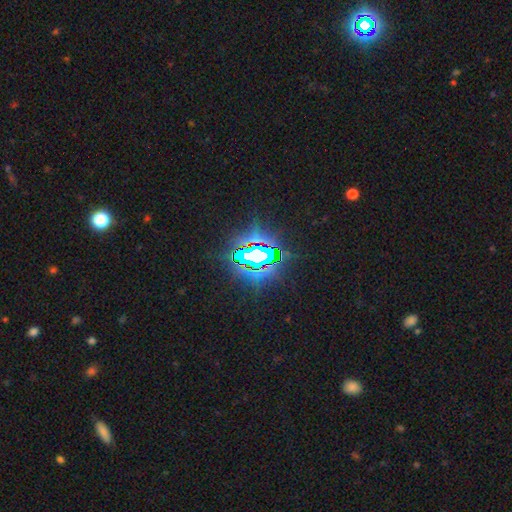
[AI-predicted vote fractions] The model was most divided on "smooth or featured": star or artifact: 77%, smooth: 12%, featured or disk: 11%.